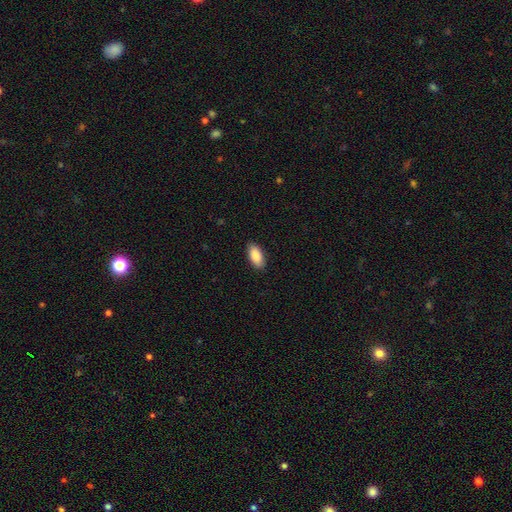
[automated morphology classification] Smooth or featured? smooth (90%)
How rounded? in between (91%)
Merging? none (89%)